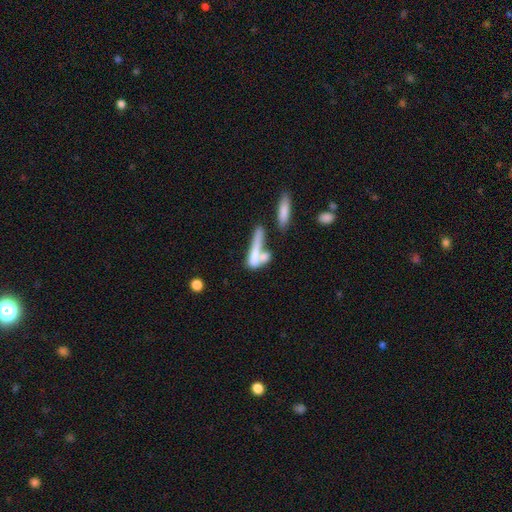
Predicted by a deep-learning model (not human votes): smooth 65%, featured or disk 27%, star or artifact 9%. Down the decision tree: how rounded — cigar-shaped (68%); merging — merger (47%).